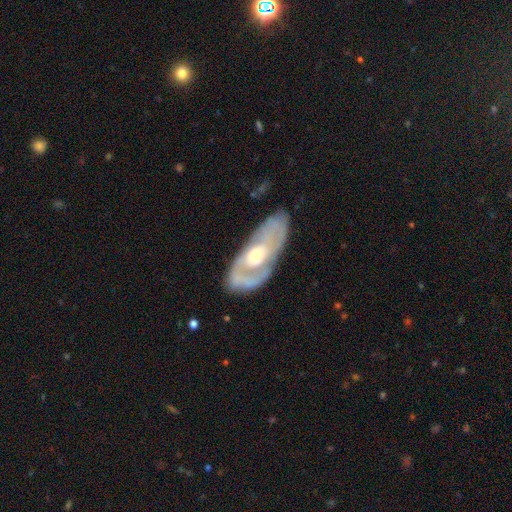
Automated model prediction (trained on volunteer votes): The model was most divided on "bulge size": moderate: 62%, small: 20%, large: 15%, none: 2%, dominant: 2%. More confident: edge-on disk — no (89%); smooth or featured — featured or disk (75%); bar — no (75%); spiral arms — yes (73%); merging — none (67%).